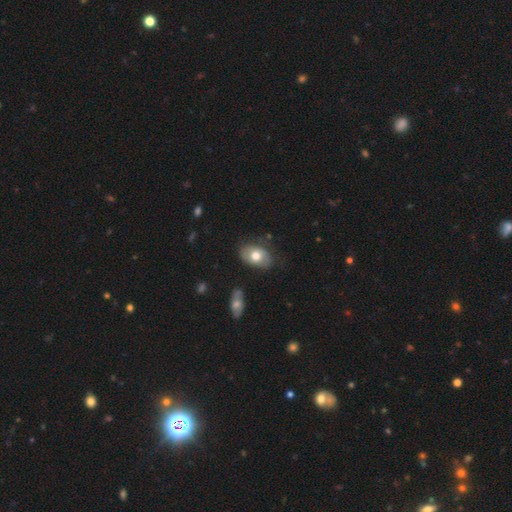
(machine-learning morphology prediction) smooth 65%, featured or disk 29%, star or artifact 7%. Down the decision tree: how rounded — in between (85%); merging — none (73%).